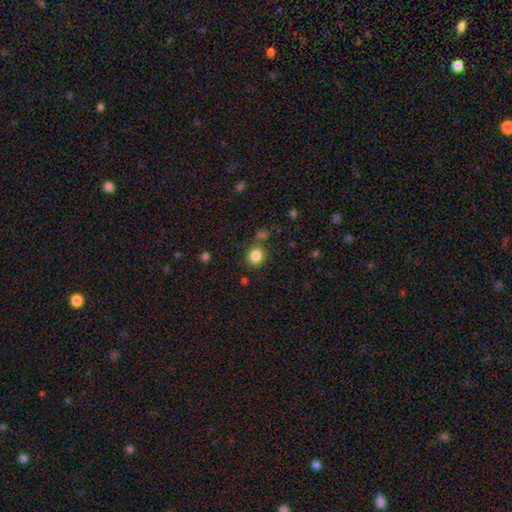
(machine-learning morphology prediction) A smooth galaxy with no disk features (85%) that is round (81%).

Vote fractions:
- Smooth or featured? smooth: 85% / star or artifact: 11% / featured or disk: 5%
- How rounded? round: 81% / in between: 18% / cigar-shaped: 1%
- Merging? none: 78% / minor disturbance: 11% / merger: 8% / major disturbance: 4%